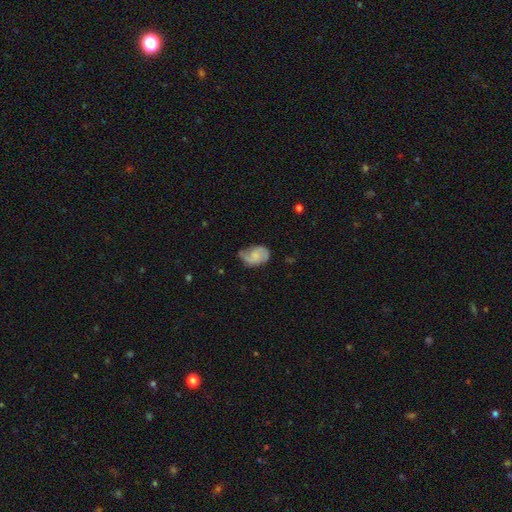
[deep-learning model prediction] Overall: featured or disk (60%; smooth 32%). Edge-on disk: no (98%). Bar: no (61%; weak 34%). Spiral arms: yes (89%). Spiral arm count: 2 (75%). Spiral winding: medium (44%; loose 30%). Bulge size: none (41%; small 31%). Merging: none (50%; minor disturbance 33%).